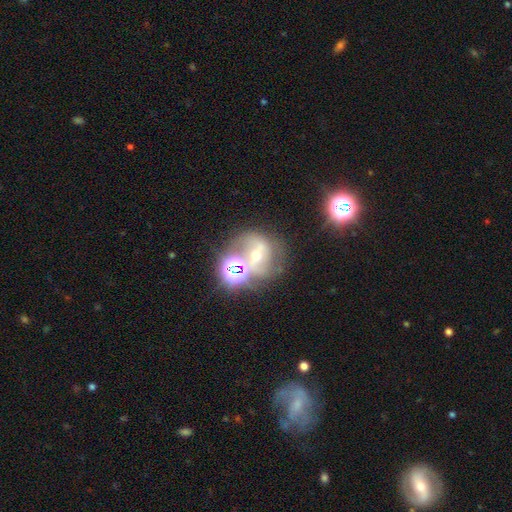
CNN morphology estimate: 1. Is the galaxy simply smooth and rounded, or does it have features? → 53% featured or disk, 26% star or artifact, 21% smooth.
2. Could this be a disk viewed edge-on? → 95% no, 5% yes.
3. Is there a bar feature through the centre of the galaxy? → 43% strong, 33% weak, 24% no.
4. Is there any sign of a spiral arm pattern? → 66% yes, 34% no.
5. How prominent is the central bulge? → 58% moderate, 30% small, 7% large, 3% none, 2% dominant.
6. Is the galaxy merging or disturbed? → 48% none, 28% merger, 14% minor disturbance, 10% major disturbance.